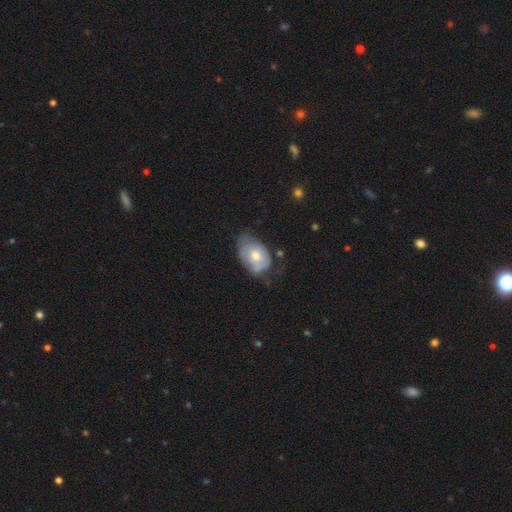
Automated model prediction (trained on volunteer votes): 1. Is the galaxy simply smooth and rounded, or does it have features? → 56% smooth, 36% featured or disk, 7% star or artifact.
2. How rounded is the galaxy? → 81% in between, 18% round, 1% cigar-shaped.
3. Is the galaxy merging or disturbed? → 40% minor disturbance, 39% none, 19% major disturbance, 3% merger.